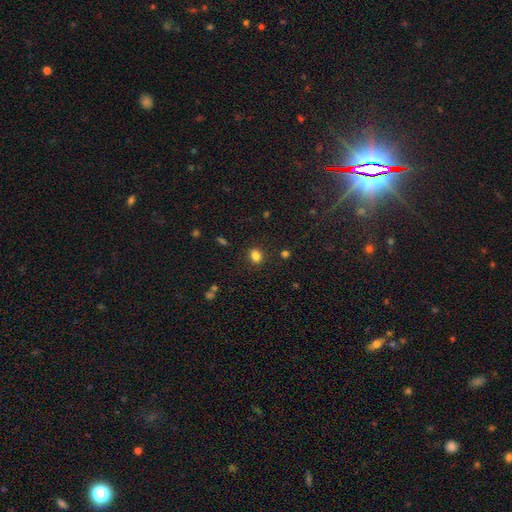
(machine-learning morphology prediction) smooth_or_featured: smooth (p=0.83) [alt: star or artifact p=0.12]
how_rounded: round (p=0.54) [alt: in between p=0.45]
merging: none (p=0.87) [alt: minor disturbance p=0.08]